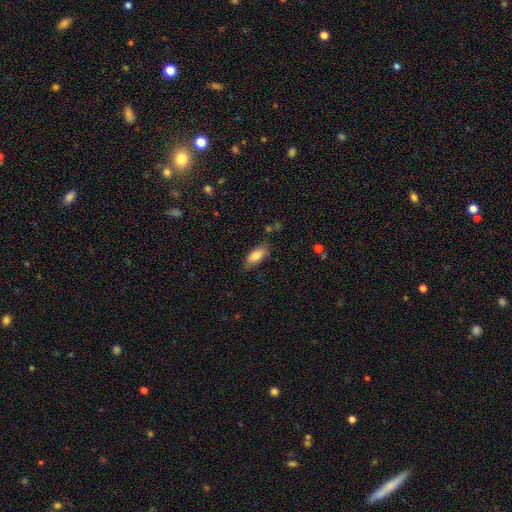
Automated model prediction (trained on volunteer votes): Smooth or featured?
  - smooth: 81% *
  - featured or disk: 13%
  - star or artifact: 7%
How rounded?
  - in between: 81% *
  - cigar-shaped: 17%
  - round: 2%
Merging?
  - none: 73% *
  - minor disturbance: 20%
  - major disturbance: 5%
  - merger: 2%